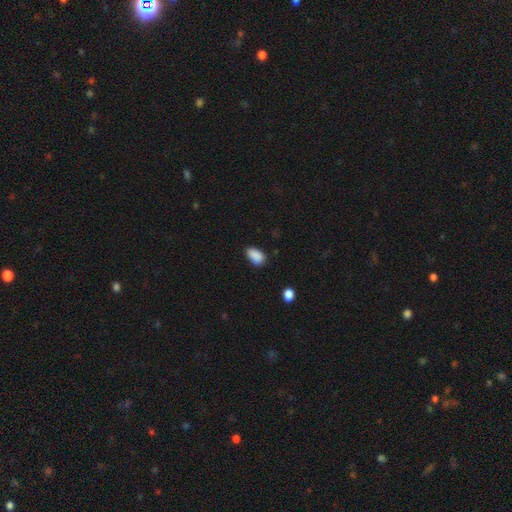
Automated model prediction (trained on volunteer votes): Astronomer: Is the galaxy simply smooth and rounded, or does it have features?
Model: smooth — 88%.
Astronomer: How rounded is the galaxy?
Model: in between — 91%.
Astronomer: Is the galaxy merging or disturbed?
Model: none — 73%.